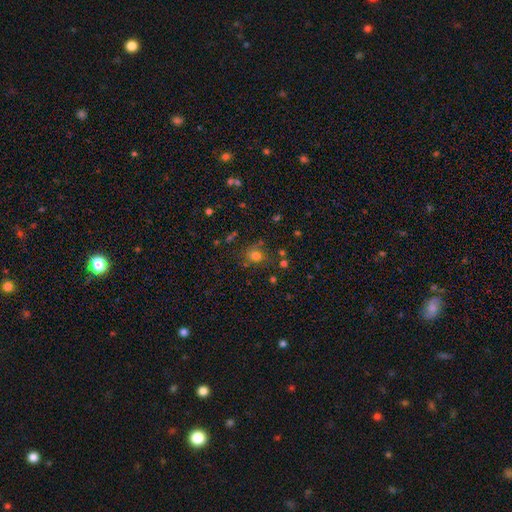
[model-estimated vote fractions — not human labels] This is likely a smooth galaxy (73%). How rounded: likely round (72%). Merging: likely none (71%).